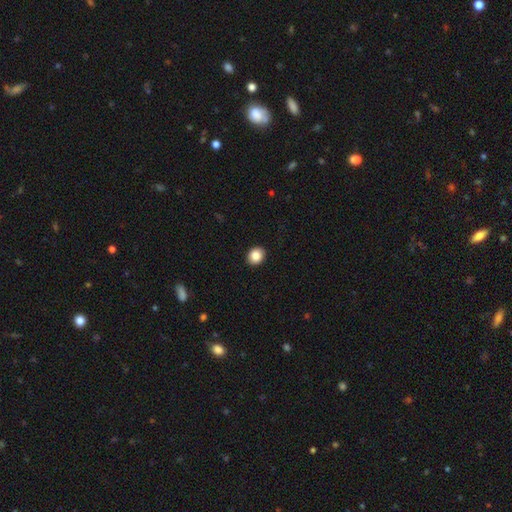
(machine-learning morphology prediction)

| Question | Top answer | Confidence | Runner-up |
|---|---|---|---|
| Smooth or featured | smooth | 87% | star or artifact (9%) |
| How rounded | round | 69% | in between (30%) |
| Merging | none | 92% | minor disturbance (6%) |